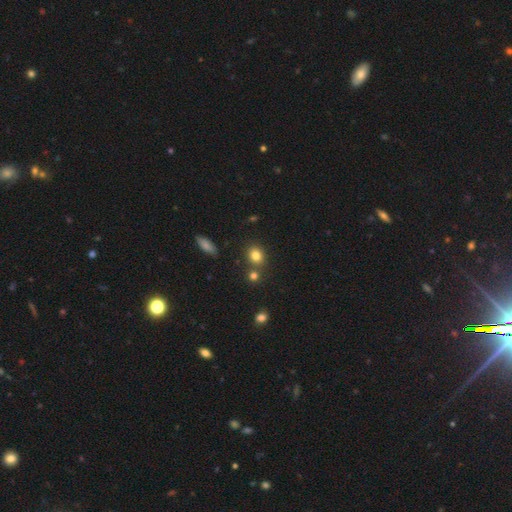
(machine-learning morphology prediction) A smooth galaxy with no disk features (81%) that is round (61%).

Vote fractions:
- Smooth or featured? smooth: 81% / star or artifact: 12% / featured or disk: 8%
- How rounded? round: 61% / in between: 38% / cigar-shaped: 1%
- Merging? none: 72% / merger: 15% / minor disturbance: 10% / major disturbance: 3%